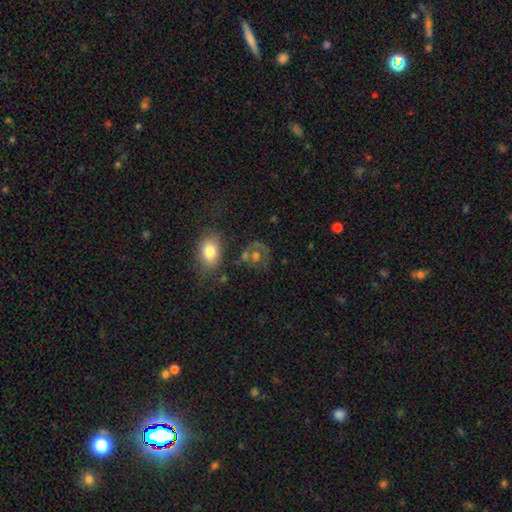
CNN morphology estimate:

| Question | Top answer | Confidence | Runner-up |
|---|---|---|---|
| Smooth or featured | smooth | 55% | featured or disk (29%) |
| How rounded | round | 67% | in between (31%) |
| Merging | none | 50% | minor disturbance (18%) |